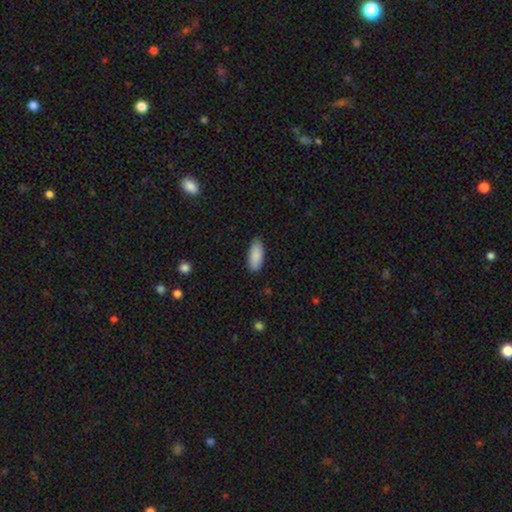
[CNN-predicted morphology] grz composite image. It shows a smooth galaxy with no disk features (89%) that is in between round and cigar-shaped (87%). Merging: none (83%).